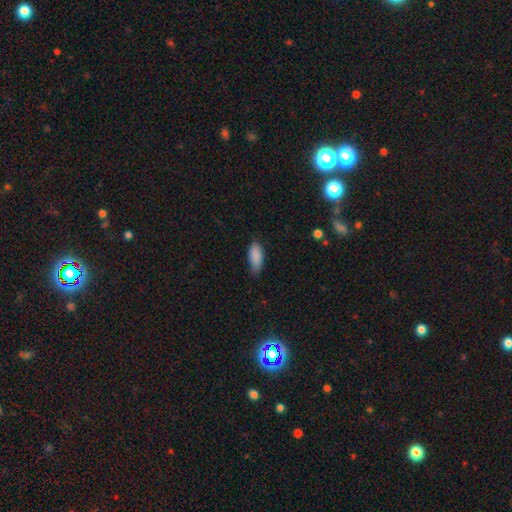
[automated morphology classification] This is clearly a smooth galaxy (88%). How rounded: clearly in between (85%). Merging: likely none (71%).